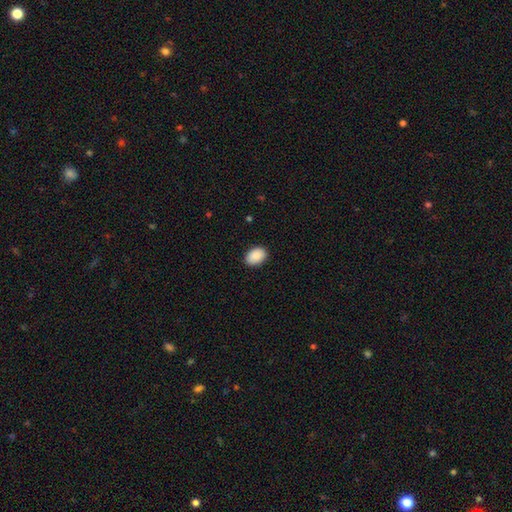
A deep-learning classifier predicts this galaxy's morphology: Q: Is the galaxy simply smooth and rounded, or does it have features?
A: smooth — 90%.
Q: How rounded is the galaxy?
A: in between — 82%.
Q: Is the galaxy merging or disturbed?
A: none — 89%.